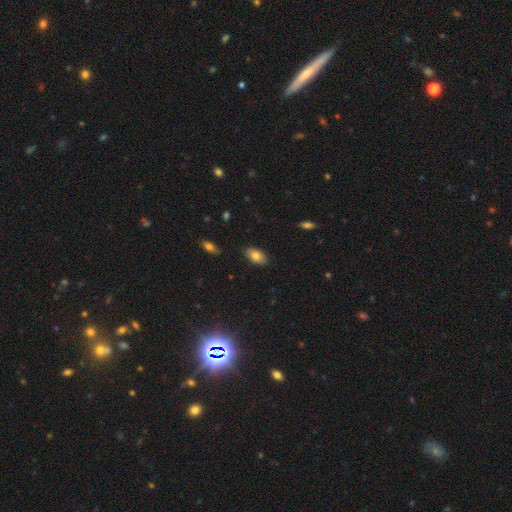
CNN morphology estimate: Overall: smooth (80%). How rounded: in between (92%). Merging: none (84%).